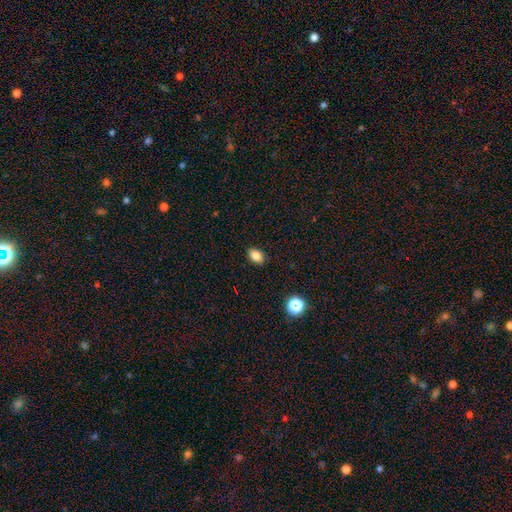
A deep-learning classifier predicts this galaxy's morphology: A smooth galaxy with no disk features (83%) that is in between round and cigar-shaped (84%).

Vote fractions:
- Smooth or featured? smooth: 83% / star or artifact: 11% / featured or disk: 6%
- How rounded? in between: 84% / round: 14% / cigar-shaped: 2%
- Merging? none: 88% / minor disturbance: 9% / major disturbance: 2% / merger: 1%